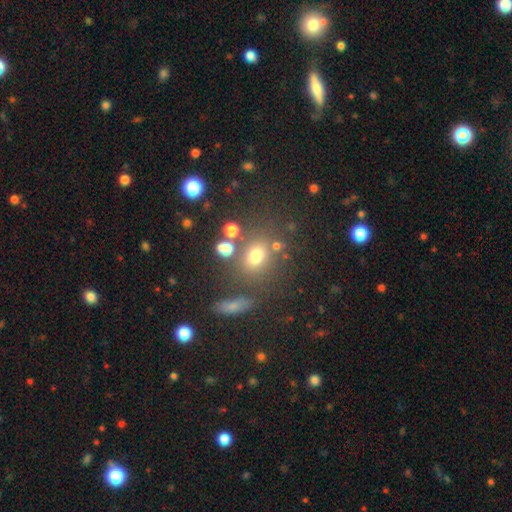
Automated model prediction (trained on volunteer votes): Morphology: type=smooth (67%); roundness=round (51%); merging=none (66%).